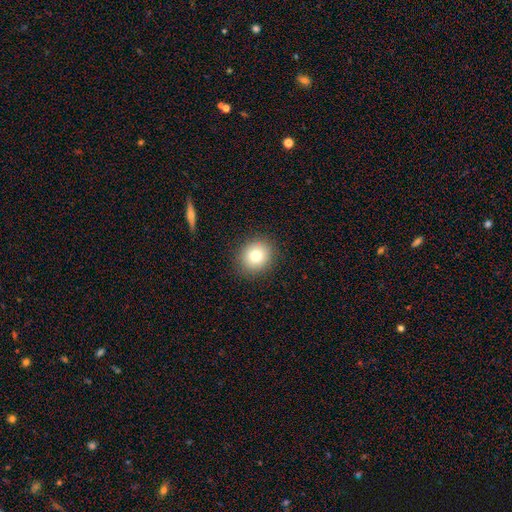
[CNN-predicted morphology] The model was most divided on "how rounded": round: 81%, in between: 18%, cigar-shaped: 1%. More confident: merging — none (90%); smooth or featured — smooth (77%).